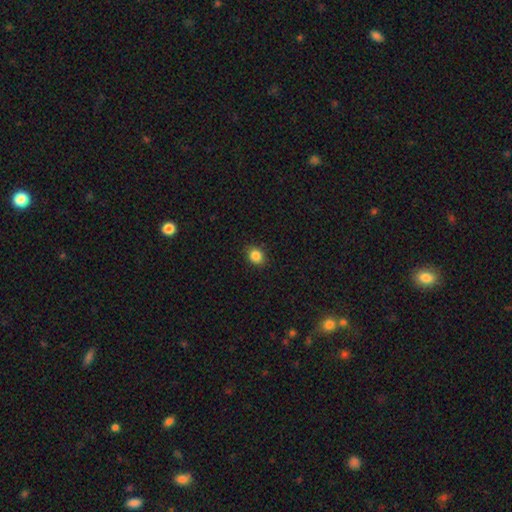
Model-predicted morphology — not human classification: smooth-or-featured: smooth: 86% | star or artifact: 10% | featured or disk: 4%
  how-rounded: round: 56% | in between: 43% | cigar-shaped: 1%
  merging: none: 88% | minor disturbance: 9% | major disturbance: 2% | merger: 1%